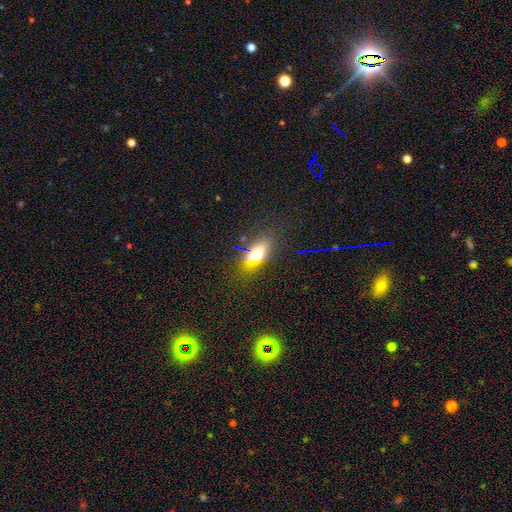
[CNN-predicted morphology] A smooth galaxy with no disk features (67%) that is in between round and cigar-shaped (76%).

Vote fractions:
- Smooth or featured? smooth: 67% / featured or disk: 17% / star or artifact: 16%
- How rounded? in between: 76% / cigar-shaped: 16% / round: 8%
- Merging? none: 76% / minor disturbance: 15% / major disturbance: 6% / merger: 3%